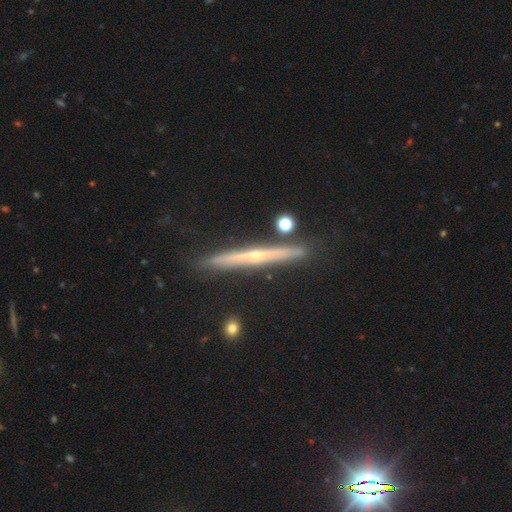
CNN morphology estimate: A featured or disk galaxy (78%) viewed edge-on (97%) with a rounded central bulge (69%). Merging: none (87%).